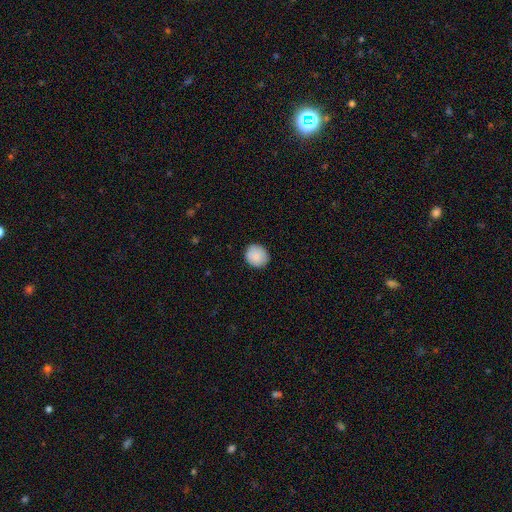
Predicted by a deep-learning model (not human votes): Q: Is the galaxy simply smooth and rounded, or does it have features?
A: smooth — 88%.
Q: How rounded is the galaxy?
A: round — 85%.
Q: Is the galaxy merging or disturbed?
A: none — 89%.